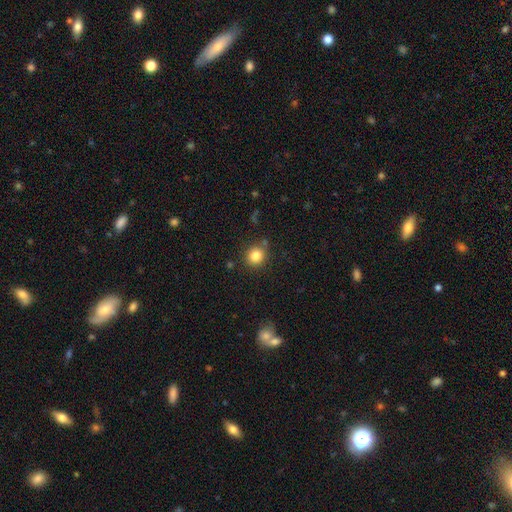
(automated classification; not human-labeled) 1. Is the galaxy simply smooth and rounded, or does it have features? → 83% smooth, 11% star or artifact, 6% featured or disk.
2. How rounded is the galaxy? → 86% round, 13% in between, 1% cigar-shaped.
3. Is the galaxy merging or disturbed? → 84% none, 9% minor disturbance, 4% merger, 3% major disturbance.